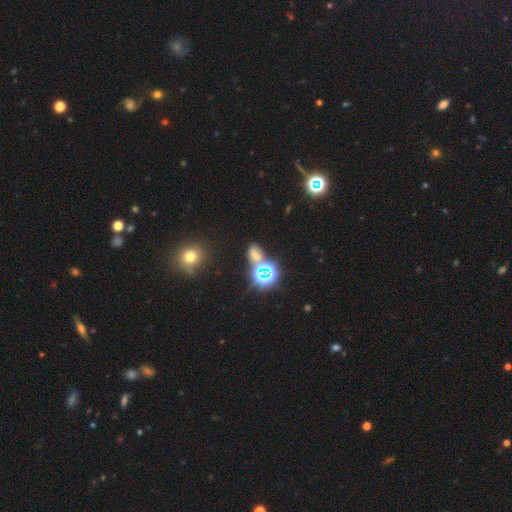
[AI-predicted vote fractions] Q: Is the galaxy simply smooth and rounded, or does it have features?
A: star or artifact — 51%.